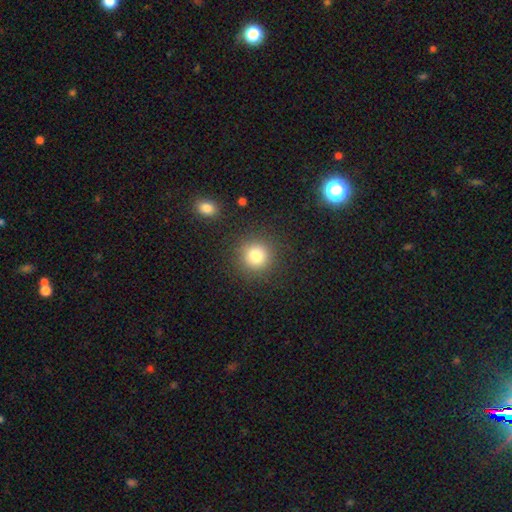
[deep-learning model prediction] smooth 81%, star or artifact 12%, featured or disk 7%. Down the decision tree: how rounded — round (94%); merging — none (88%).